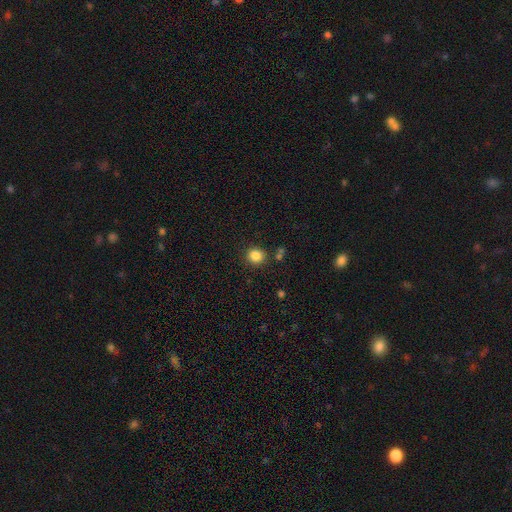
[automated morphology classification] This appears to be a smooth galaxy with no disk features (85%) that is round (83%). Merging: none (84%).